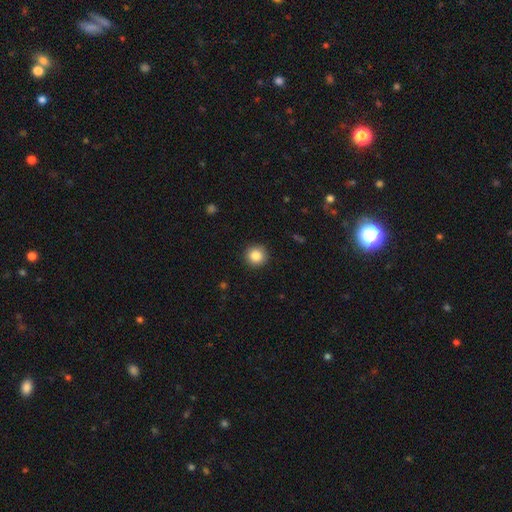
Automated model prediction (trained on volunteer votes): Morphology: type=smooth (86%); roundness=round (95%); merging=none (92%).